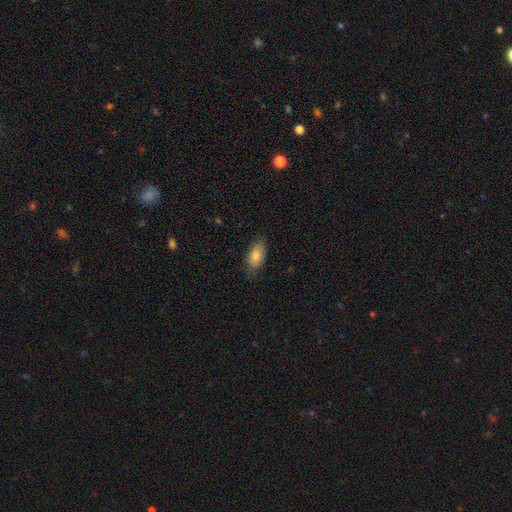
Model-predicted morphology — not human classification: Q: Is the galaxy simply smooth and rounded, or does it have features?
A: smooth — 79%.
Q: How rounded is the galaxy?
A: in between — 90%.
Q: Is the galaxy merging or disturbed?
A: none — 79%.